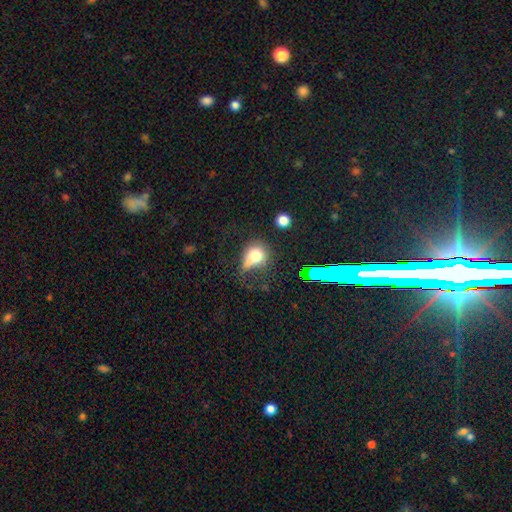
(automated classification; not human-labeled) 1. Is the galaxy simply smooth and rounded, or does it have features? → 68% smooth, 17% featured or disk, 15% star or artifact.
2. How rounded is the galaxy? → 57% round, 40% in between, 2% cigar-shaped.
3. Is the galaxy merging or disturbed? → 32% major disturbance, 31% none, 28% minor disturbance, 9% merger.